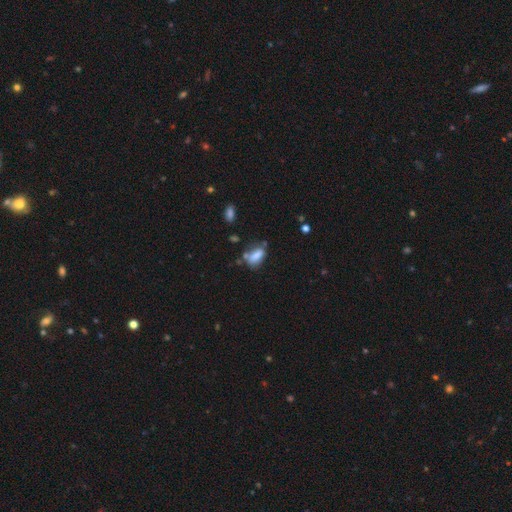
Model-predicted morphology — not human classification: A smooth galaxy with no disk features (77%) that is in between round and cigar-shaped (85%). Merging: none (47%).